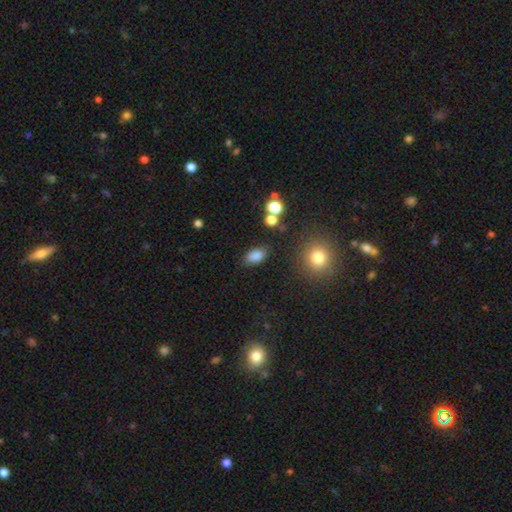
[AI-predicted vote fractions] A smooth galaxy with no disk features (83%) that is in between round and cigar-shaped (88%).

Vote fractions:
- Smooth or featured? smooth: 83% / star or artifact: 11% / featured or disk: 6%
- How rounded? in between: 88% / round: 9% / cigar-shaped: 2%
- Merging? none: 80% / minor disturbance: 13% / major disturbance: 4% / merger: 4%